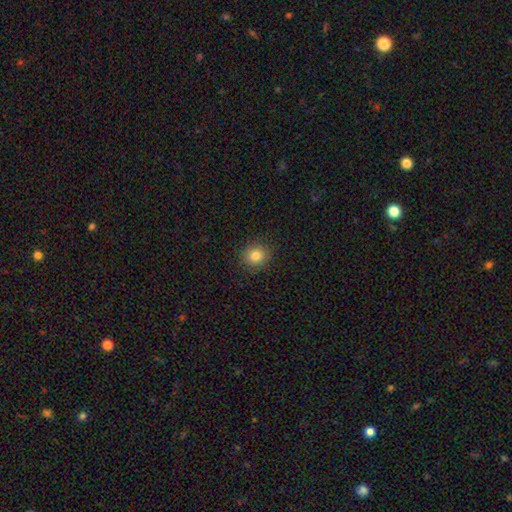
A smooth galaxy with no disk features (92%) that is round (97%). Merging: none (81%).